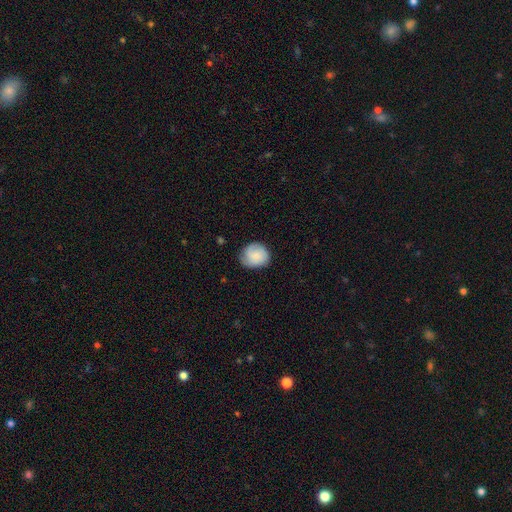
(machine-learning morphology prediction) The model was most divided on "how rounded": round: 71%, in between: 28%, cigar-shaped: 1%. More confident: smooth or featured — smooth (74%); merging — none (69%).